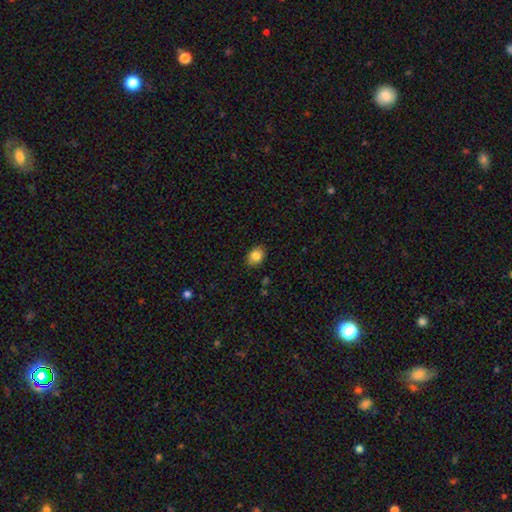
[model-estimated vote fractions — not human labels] Overall: smooth (85%). How rounded: in between (69%; round 30%). Merging: none (86%).